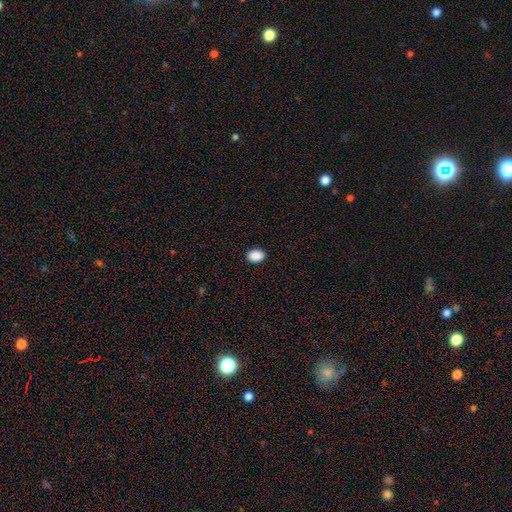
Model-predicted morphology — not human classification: smooth-or-featured: smooth: 90% | star or artifact: 8% | featured or disk: 2%
  how-rounded: in between: 75% | round: 24% | cigar-shaped: 1%
  merging: none: 91% | minor disturbance: 7% | major disturbance: 2% | merger: 1%